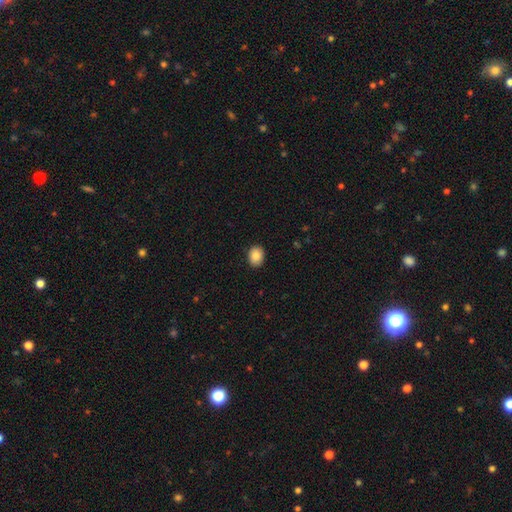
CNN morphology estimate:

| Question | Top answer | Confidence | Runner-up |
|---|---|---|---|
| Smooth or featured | smooth | 88% | star or artifact (8%) |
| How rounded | in between | 62% | round (37%) |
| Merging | none | 89% | minor disturbance (8%) |